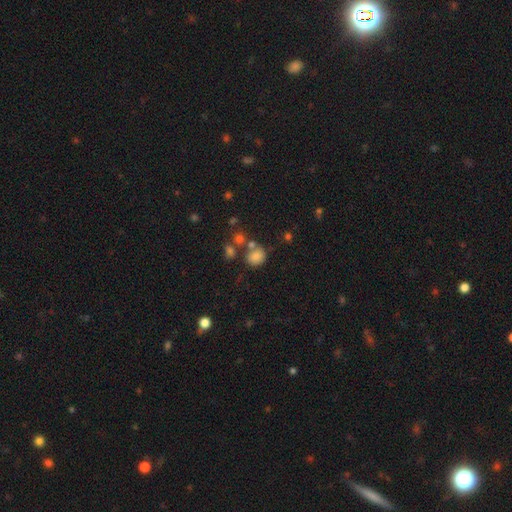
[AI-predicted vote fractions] Smooth or featured? smooth (78%)
How rounded? round (66%)
Merging? none (58%)